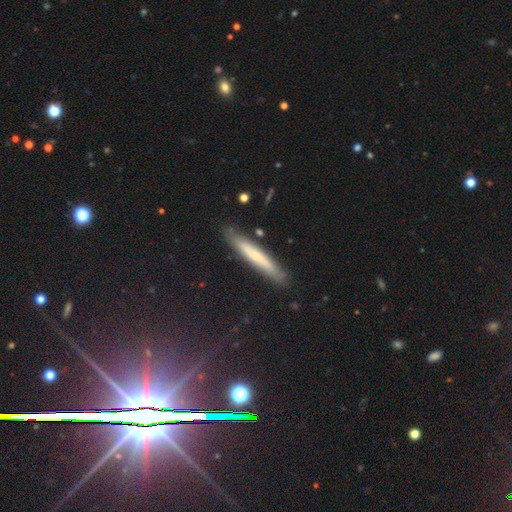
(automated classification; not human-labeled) This is possibly a smooth galaxy (56%). How rounded: clearly cigar-shaped (95%). Merging: clearly none (87%).